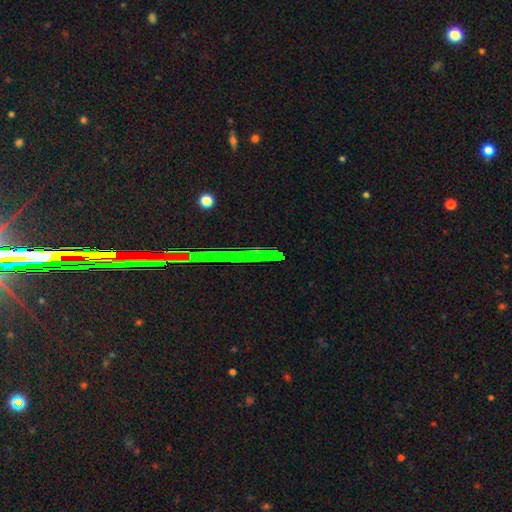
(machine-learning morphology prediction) Smooth or featured? Predicted: star or artifact (p=0.81).